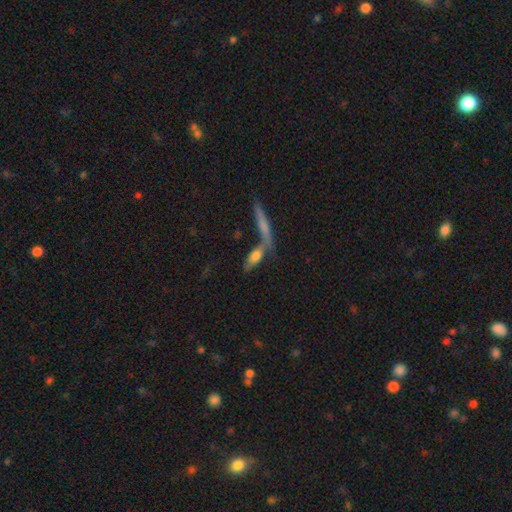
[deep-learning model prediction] Smooth or featured: smooth — 59% (featured or disk — 32%)
How rounded: in between — 49% (cigar-shaped — 47%)
Merging: none — 43% (merger — 40%)